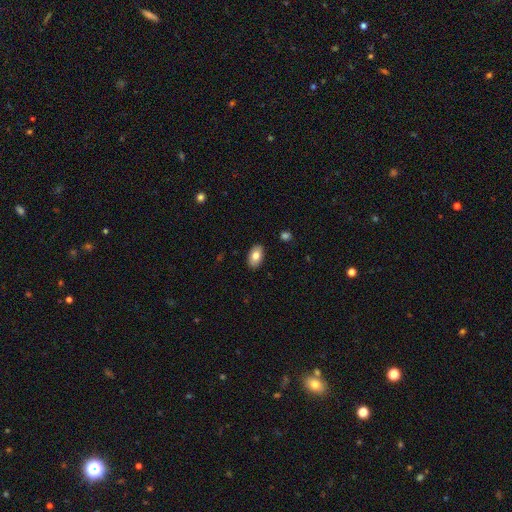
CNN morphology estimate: Smooth or featured: smooth — 80% (featured or disk — 14%)
How rounded: in between — 94% (round — 5%)
Merging: none — 89% (minor disturbance — 8%)